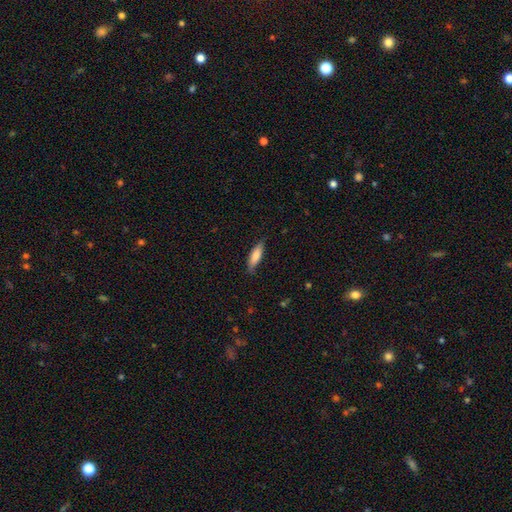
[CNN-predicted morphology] smooth 79%, featured or disk 15%, star or artifact 6%. Down the decision tree: how rounded — cigar-shaped (57%); merging — none (80%).